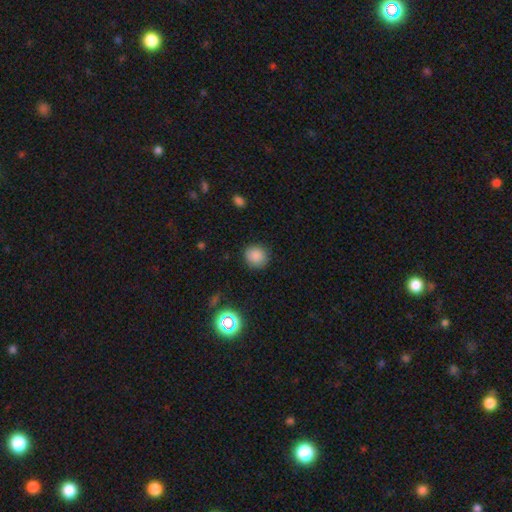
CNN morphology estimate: The model was most divided on "smooth or featured": smooth: 84%, star or artifact: 12%, featured or disk: 4%. More confident: merging — none (87%); how rounded — round (86%).